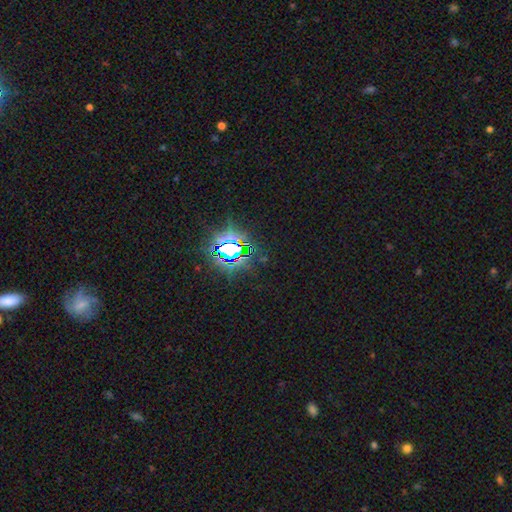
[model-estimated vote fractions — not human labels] star or artifact 84%, smooth 10%, featured or disk 7%.